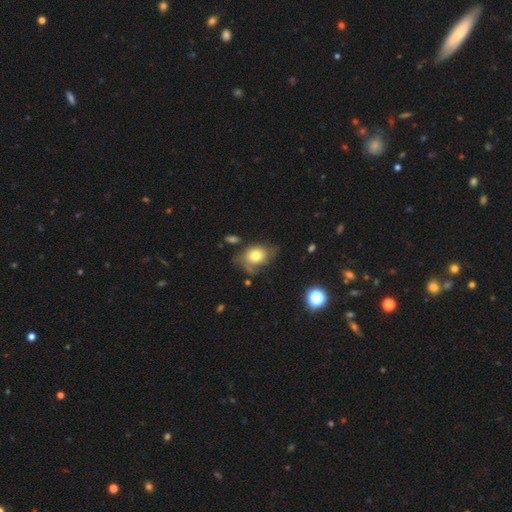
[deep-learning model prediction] The model was most divided on "merging": none: 43%, minor disturbance: 32%, major disturbance: 19%, merger: 5%. More confident: smooth or featured — smooth (65%); how rounded — in between (57%).